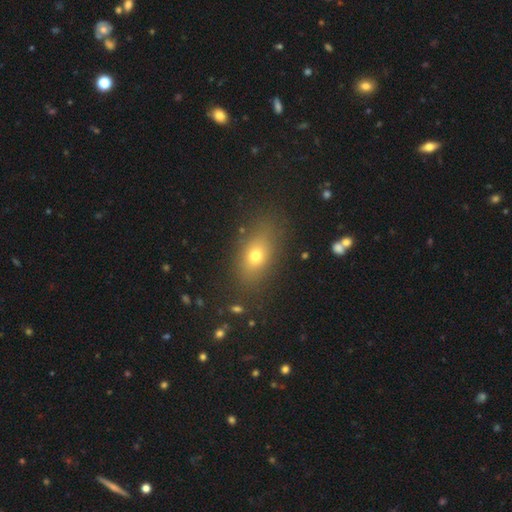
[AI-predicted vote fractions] A smooth galaxy with no disk features (72%) that is in between round and cigar-shaped (74%).

Vote fractions:
- Smooth or featured? smooth: 72% / star or artifact: 14% / featured or disk: 14%
- How rounded? in between: 74% / round: 21% / cigar-shaped: 5%
- Merging? none: 83% / minor disturbance: 11% / major disturbance: 4% / merger: 2%